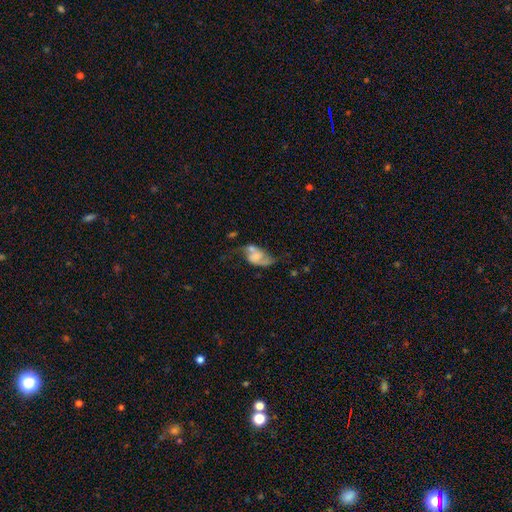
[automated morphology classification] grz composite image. It shows a featured or disk galaxy (68%) with no bar (50%), 2 (86%) loose (60%) spiral arms (86%) and a small central bulge (35%). Merging: none (35%).